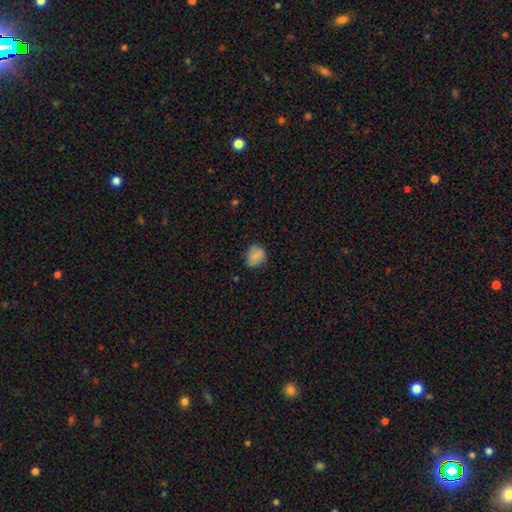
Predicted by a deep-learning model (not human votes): This appears to be a smooth galaxy with no disk features (78%) that is round (71%). Merging: none (74%).